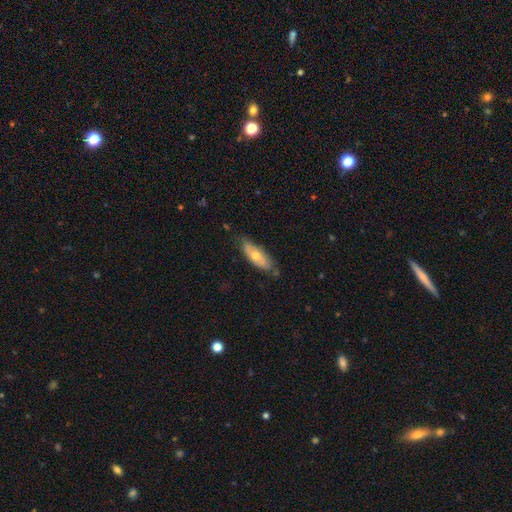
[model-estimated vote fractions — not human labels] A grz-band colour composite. It shows a smooth galaxy with no disk features (53%) that is in between round and cigar-shaped (62%). Merging: none (69%).